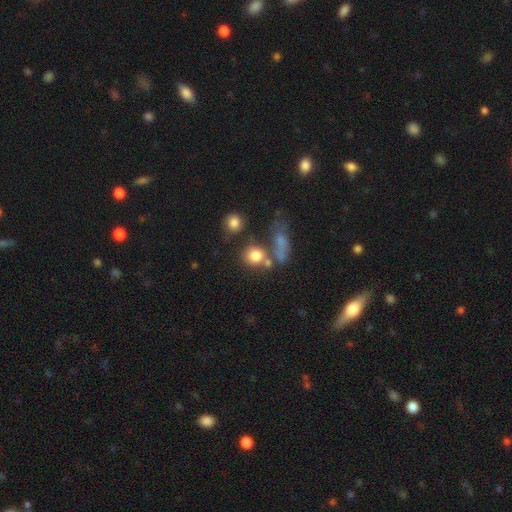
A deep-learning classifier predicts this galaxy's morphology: Smooth or featured? Predicted: smooth (p=0.77). How rounded? Predicted: round (p=0.78). Merging? Predicted: none (p=0.50).